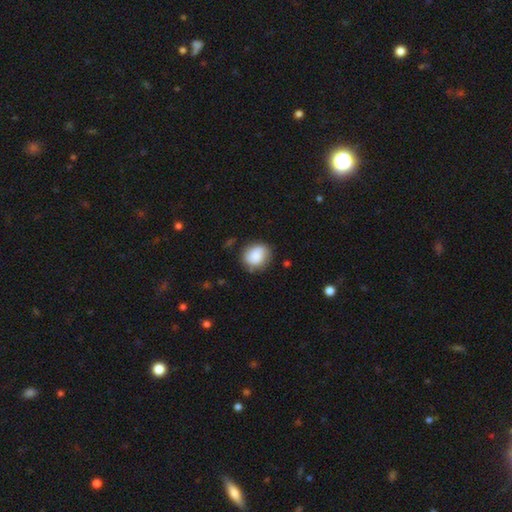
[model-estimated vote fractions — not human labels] smooth_or_featured: smooth (p=0.84) [alt: featured or disk p=0.09]
how_rounded: round (p=0.69) [alt: in between p=0.30]
merging: none (p=0.72) [alt: minor disturbance p=0.20]